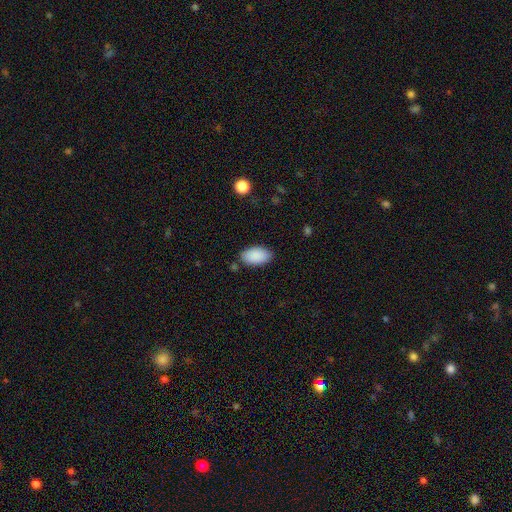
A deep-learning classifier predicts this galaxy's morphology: Overall: smooth (90%). How rounded: in between (95%). Merging: none (83%).